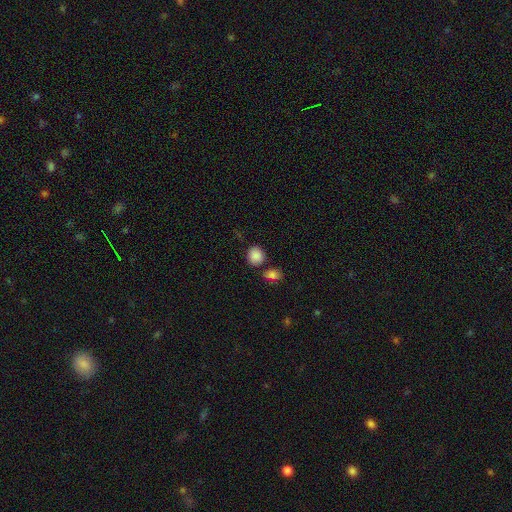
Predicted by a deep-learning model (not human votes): smooth-or-featured: smooth: 87% | star or artifact: 9% | featured or disk: 4%
  how-rounded: round: 74% | in between: 25% | cigar-shaped: 1%
  merging: none: 73% | minor disturbance: 12% | merger: 11% | major disturbance: 4%